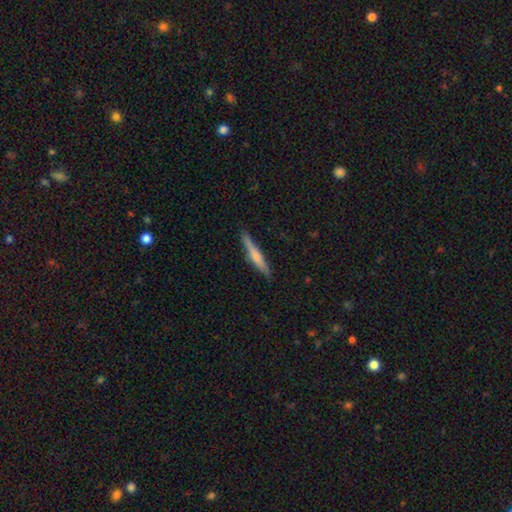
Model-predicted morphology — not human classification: This appears to be a smooth galaxy with no disk features (51%) that is cigar-shaped (93%). Merging: none (87%).